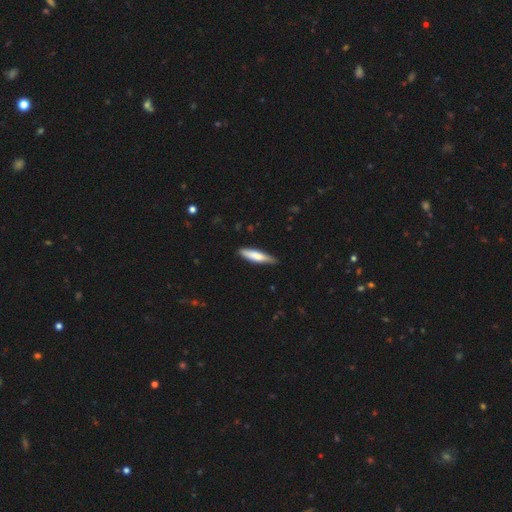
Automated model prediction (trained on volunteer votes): A smooth galaxy with no disk features (71%) that is cigar-shaped (79%).

Vote fractions:
- Smooth or featured? smooth: 71% / featured or disk: 24% / star or artifact: 5%
- How rounded? cigar-shaped: 79% / in between: 19% / round: 1%
- Merging? none: 82% / minor disturbance: 15% / major disturbance: 2% / merger: 1%